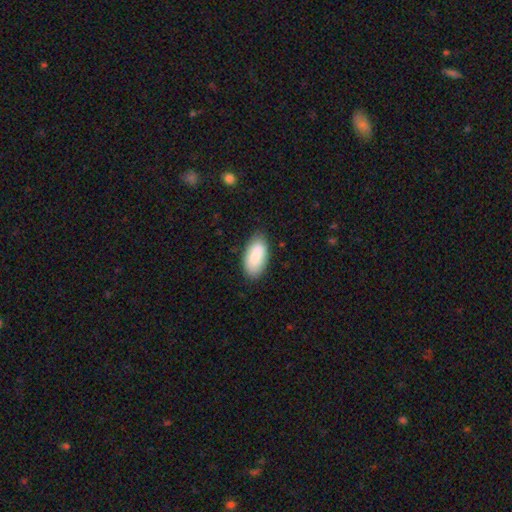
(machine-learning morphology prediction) A smooth galaxy with no disk features (88%) that is in between round and cigar-shaped (94%).

Vote fractions:
- Smooth or featured? smooth: 88% / star or artifact: 6% / featured or disk: 6%
- How rounded? in between: 94% / cigar-shaped: 3% / round: 2%
- Merging? none: 81% / minor disturbance: 15% / major disturbance: 3% / merger: 1%